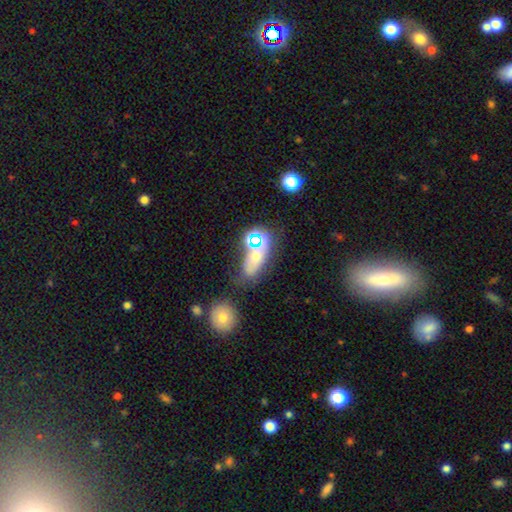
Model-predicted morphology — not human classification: Smooth or featured? Predicted: smooth (p=0.54). How rounded? Predicted: in between (p=0.72). Merging? Predicted: none (p=0.48).